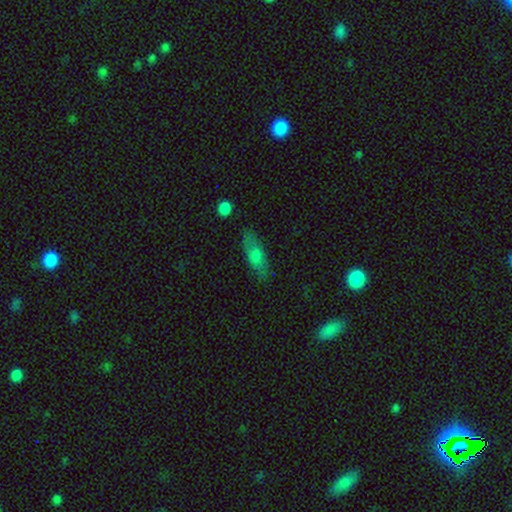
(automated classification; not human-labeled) The model was most divided on "how rounded": in between: 58%, cigar-shaped: 39%, round: 3%. More confident: merging — none (78%); smooth or featured — smooth (68%).